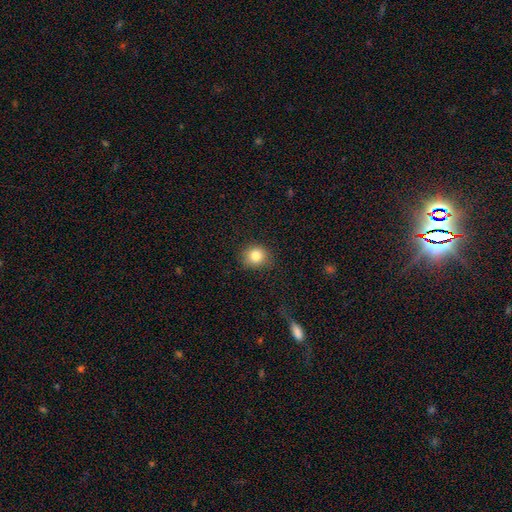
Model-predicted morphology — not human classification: A smooth galaxy with no disk features (83%) that is round (81%). Merging: none (84%).